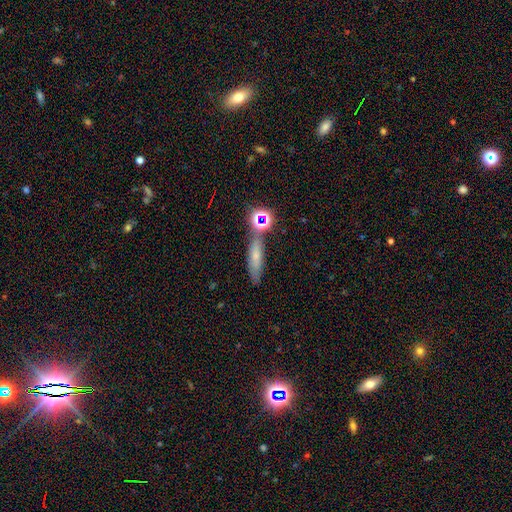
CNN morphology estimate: A smooth galaxy with no disk features (51%) that is cigar-shaped (62%).

Vote fractions:
- Smooth or featured? smooth: 51% / featured or disk: 28% / star or artifact: 21%
- How rounded? cigar-shaped: 62% / in between: 29% / round: 9%
- Merging? none: 65% / minor disturbance: 16% / merger: 13% / major disturbance: 6%